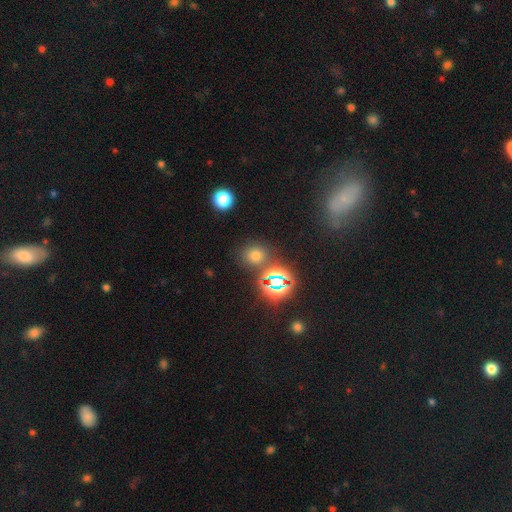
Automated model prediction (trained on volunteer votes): Smooth or featured? smooth (61%)
How rounded? round (76%)
Merging? none (78%)